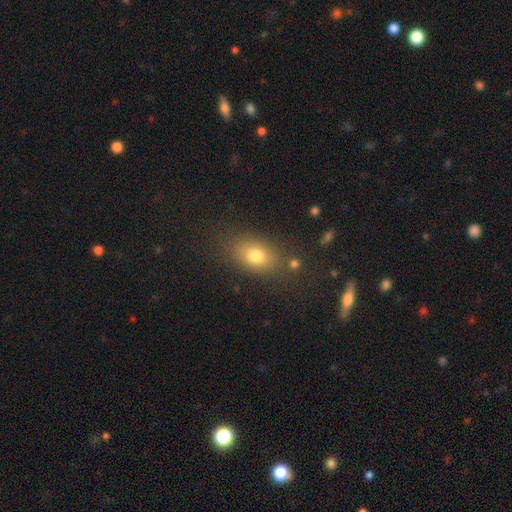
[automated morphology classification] This appears to be a smooth galaxy with no disk features (76%) that is in between round and cigar-shaped (76%). Merging: none (79%).